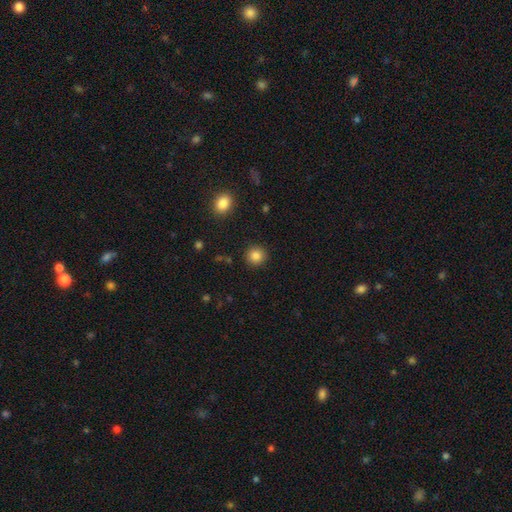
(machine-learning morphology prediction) The model was most divided on "smooth or featured": smooth: 84%, star or artifact: 11%, featured or disk: 5%. More confident: how rounded — round (93%); merging — none (91%).